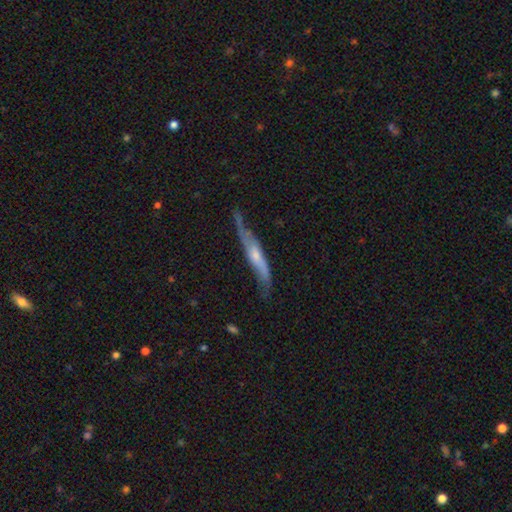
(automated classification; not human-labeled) featured or disk 65%, smooth 29%, star or artifact 6%. Down the decision tree: edge-on disk — yes (67%); merging — none (56%).